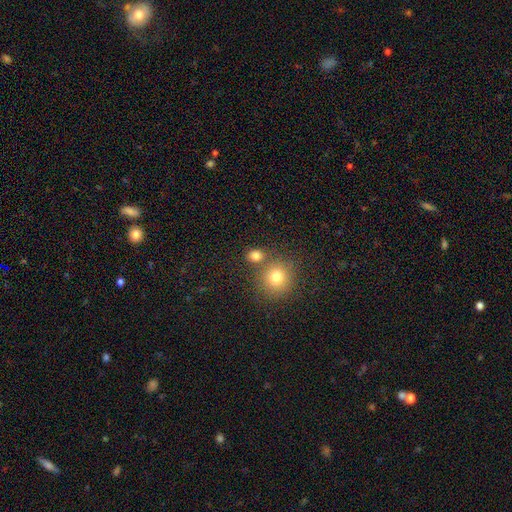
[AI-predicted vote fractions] This is likely a smooth galaxy (79%). How rounded: likely round (67%). Merging: likely none (66%).